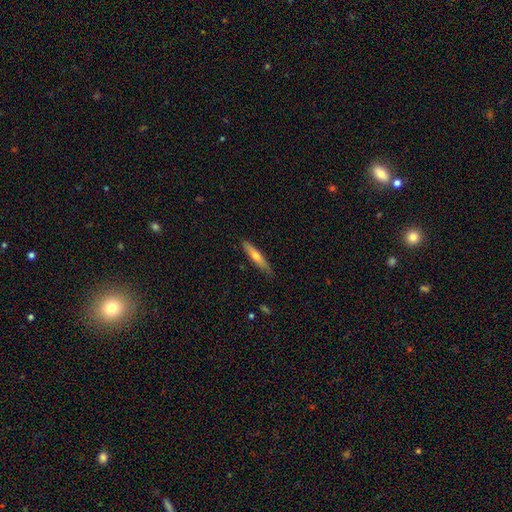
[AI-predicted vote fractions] The model was most divided on "smooth or featured": smooth: 51%, featured or disk: 43%, star or artifact: 6%. More confident: how rounded — cigar-shaped (90%); merging — none (85%).